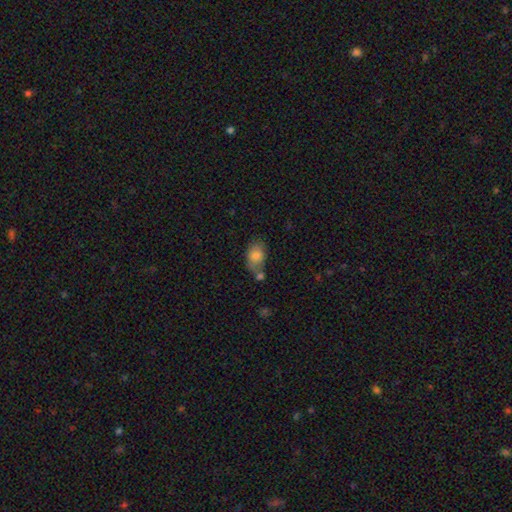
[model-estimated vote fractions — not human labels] A smooth galaxy with no disk features (79%) that is in between round and cigar-shaped (87%).

Vote fractions:
- Smooth or featured? smooth: 79% / featured or disk: 13% / star or artifact: 8%
- How rounded? in between: 87% / round: 11% / cigar-shaped: 2%
- Merging? none: 45% / merger: 24% / minor disturbance: 23% / major disturbance: 9%